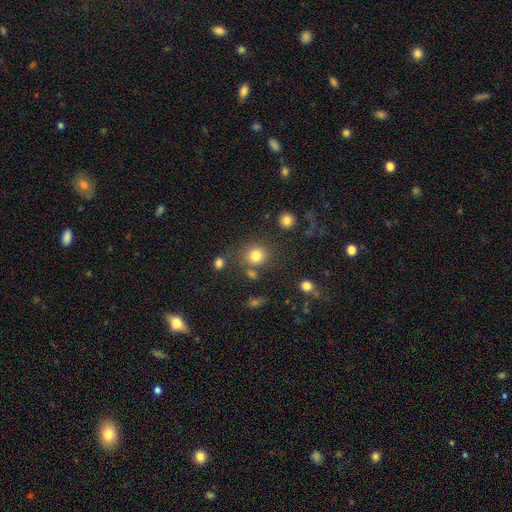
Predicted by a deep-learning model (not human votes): This is likely a smooth galaxy (80%). How rounded: clearly round (83%). Merging: likely none (73%).